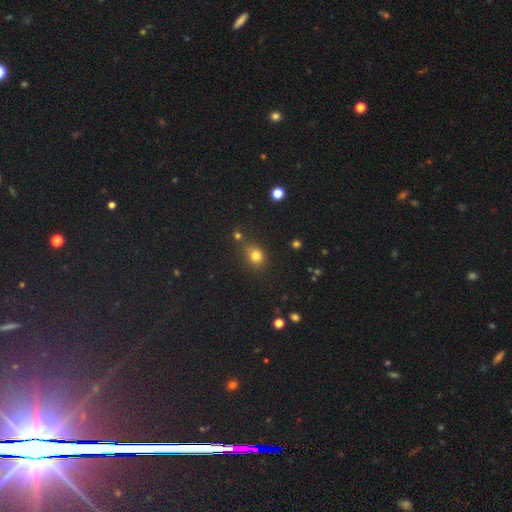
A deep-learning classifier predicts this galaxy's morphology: This is likely a smooth galaxy (75%). How rounded: likely round (72%). Merging: likely none (68%).